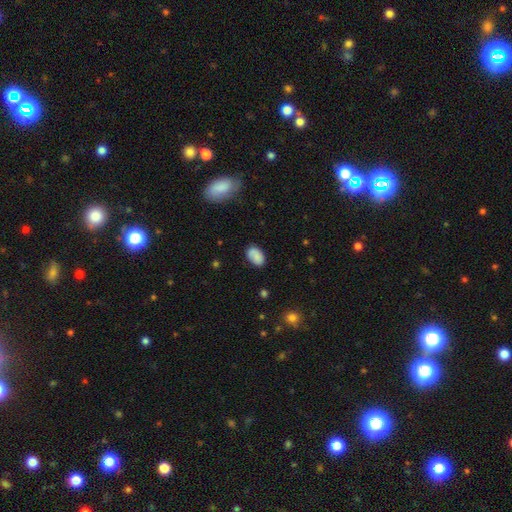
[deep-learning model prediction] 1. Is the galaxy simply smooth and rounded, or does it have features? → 83% smooth, 9% featured or disk, 8% star or artifact.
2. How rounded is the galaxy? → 90% in between, 9% round, 1% cigar-shaped.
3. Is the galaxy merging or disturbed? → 76% none, 17% minor disturbance, 4% major disturbance, 2% merger.